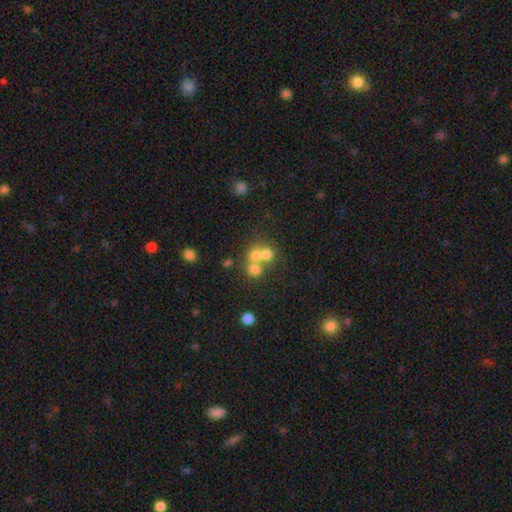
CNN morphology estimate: Smooth or featured?
  - smooth: 62% *
  - featured or disk: 20%
  - star or artifact: 17%
How rounded?
  - round: 84% *
  - in between: 15%
  - cigar-shaped: 1%
Merging?
  - merger: 55% *
  - none: 35%
  - minor disturbance: 6%
  - major disturbance: 4%